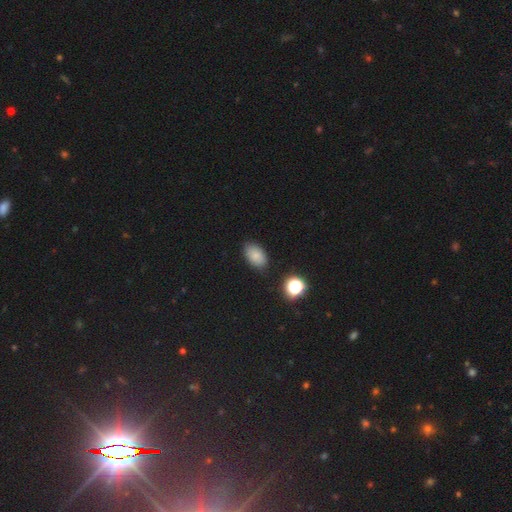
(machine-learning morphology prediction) Smooth or featured: smooth — 82% (star or artifact — 11%)
How rounded: in between — 89% (round — 10%)
Merging: none — 84% (minor disturbance — 11%)